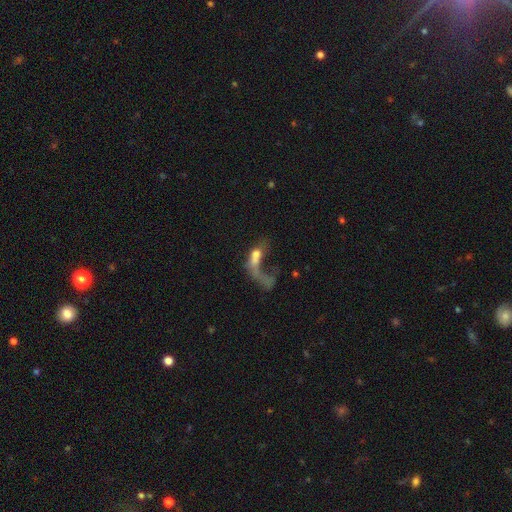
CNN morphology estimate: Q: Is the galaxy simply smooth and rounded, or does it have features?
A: smooth — 44%, tied with featured or disk.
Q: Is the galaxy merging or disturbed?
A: major disturbance — 50%.